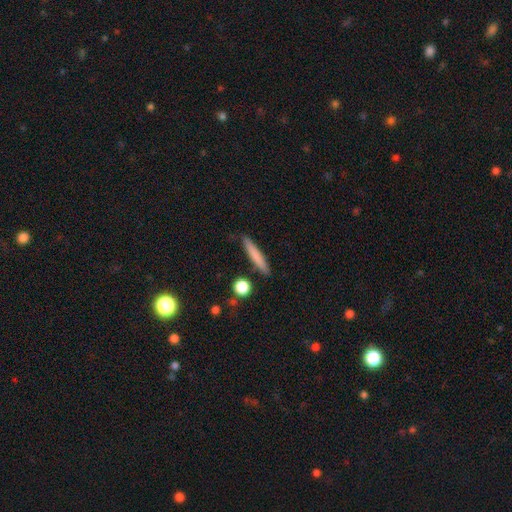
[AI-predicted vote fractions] smooth 74%, featured or disk 19%, star or artifact 6%. Down the decision tree: how rounded — cigar-shaped (93%); merging — none (86%).